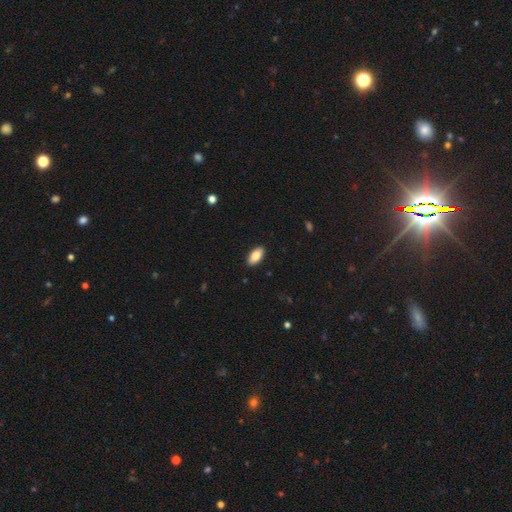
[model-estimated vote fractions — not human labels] Morphology: type=smooth (80%); roundness=in between (90%); merging=none (90%).